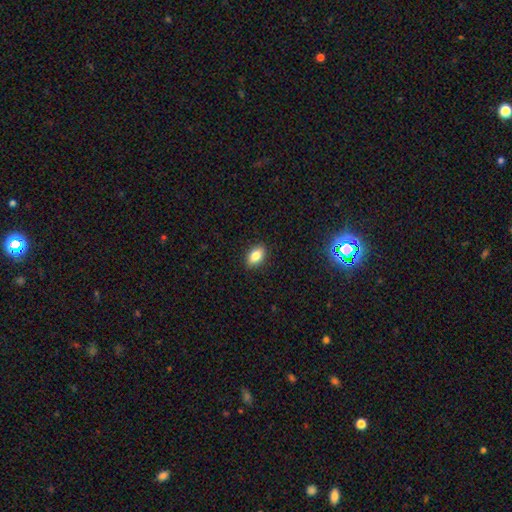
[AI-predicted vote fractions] This appears to be a smooth galaxy with no disk features (83%) that is in between round and cigar-shaped (88%). Merging: none (89%).